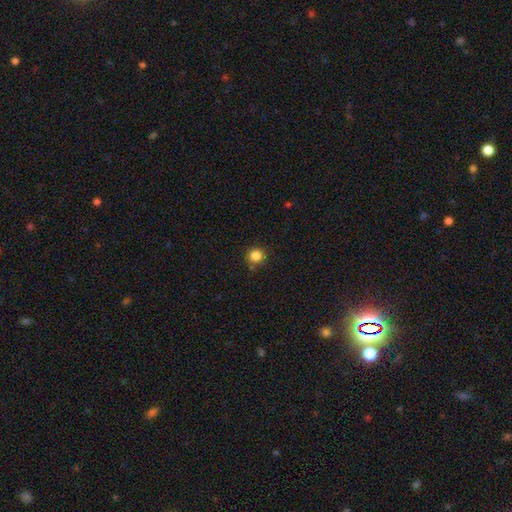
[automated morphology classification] Smooth or featured? smooth (84%)
How rounded? round (92%)
Merging? none (85%)